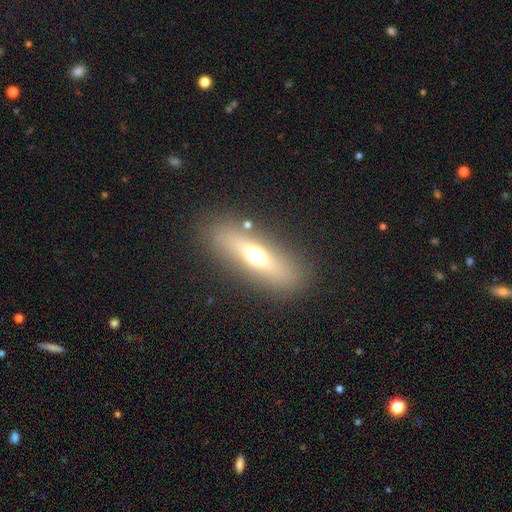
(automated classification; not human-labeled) Morphology: type=smooth (50%); merging=none (85%).